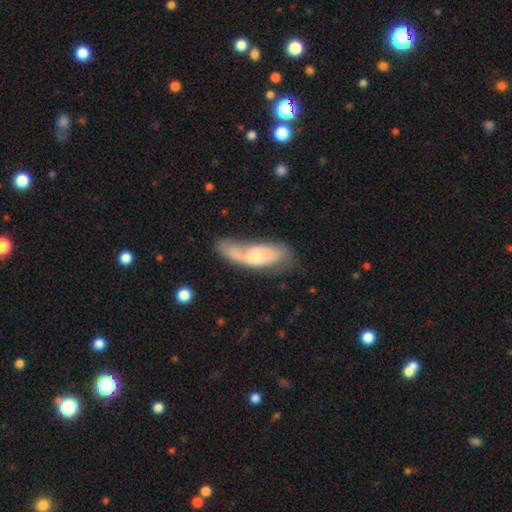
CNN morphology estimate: This appears to be a featured or disk galaxy (57%). Merging: none (41%).